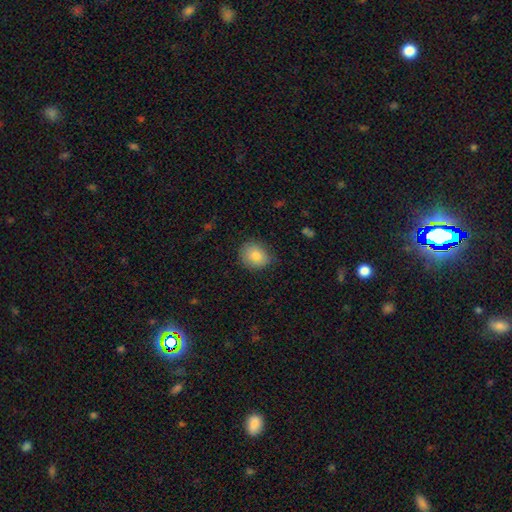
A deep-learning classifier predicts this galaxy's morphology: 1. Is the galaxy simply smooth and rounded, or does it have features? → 81% smooth, 10% featured or disk, 9% star or artifact.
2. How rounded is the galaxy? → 66% round, 33% in between, 1% cigar-shaped.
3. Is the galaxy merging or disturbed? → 79% none, 17% minor disturbance, 3% major disturbance, 1% merger.